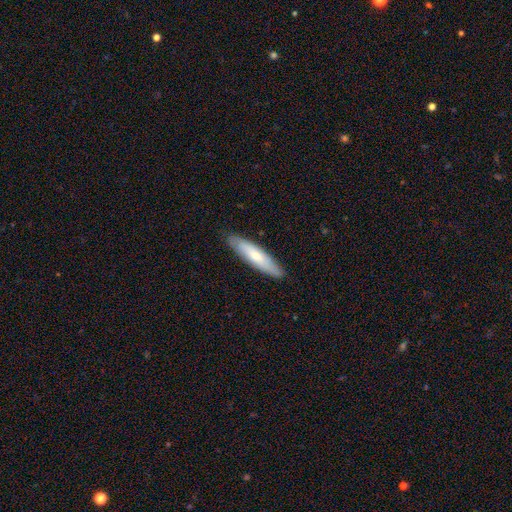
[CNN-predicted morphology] Smooth or featured: smooth — 64% (featured or disk — 31%)
How rounded: cigar-shaped — 79% (in between — 20%)
Merging: none — 87% (minor disturbance — 10%)